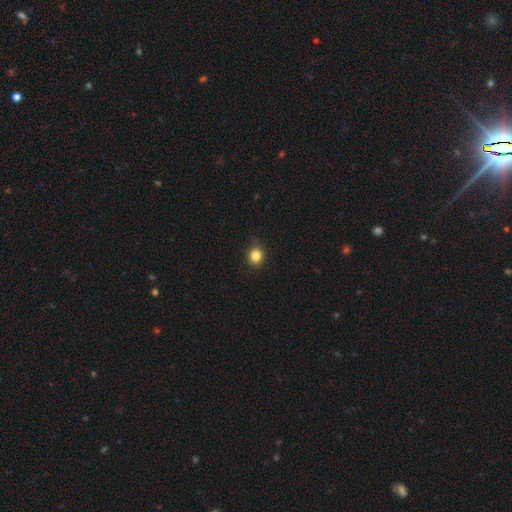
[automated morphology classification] This is clearly a smooth galaxy (83%). How rounded: clearly round (82%). Merging: clearly none (86%).